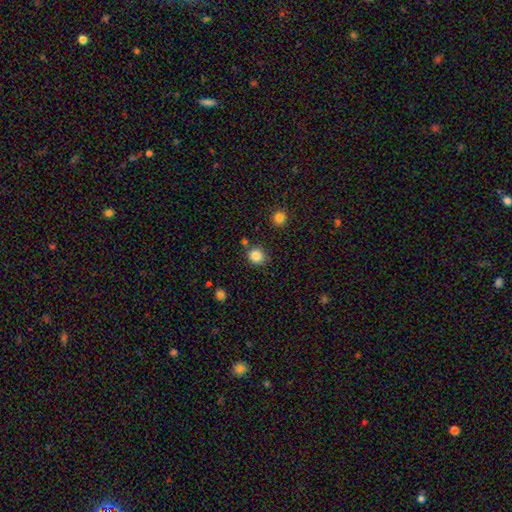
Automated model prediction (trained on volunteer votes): This appears to be a smooth galaxy with no disk features (85%) that is round (84%). Merging: none (77%).